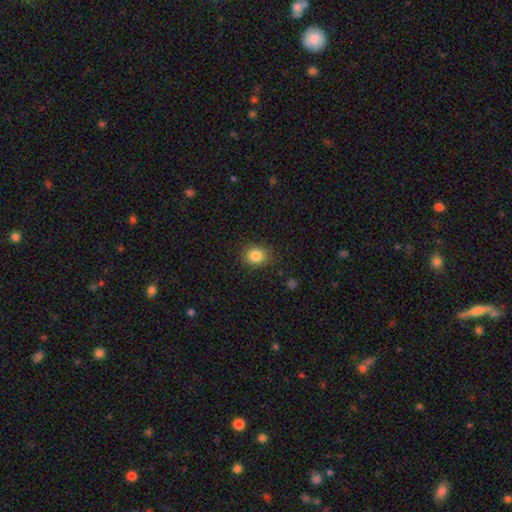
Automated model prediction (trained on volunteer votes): Q: Smooth or featured?
A: smooth (85%); runner-up: star or artifact (9%)
Q: How rounded?
A: round (57%); runner-up: in between (42%)
Q: Merging?
A: none (87%); runner-up: minor disturbance (9%)